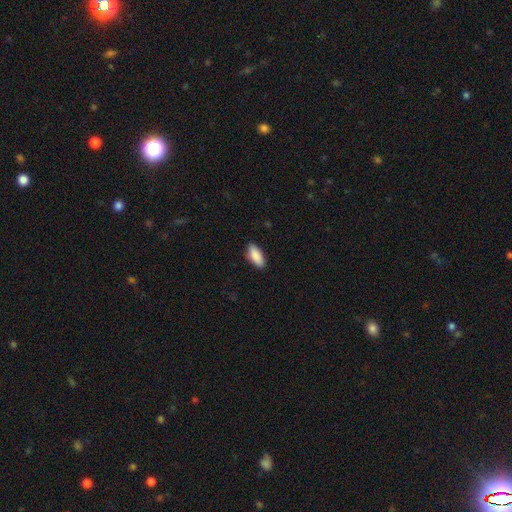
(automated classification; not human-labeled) Smooth or featured: smooth — 88% (star or artifact — 6%)
How rounded: in between — 85% (cigar-shaped — 13%)
Merging: none — 87% (minor disturbance — 10%)